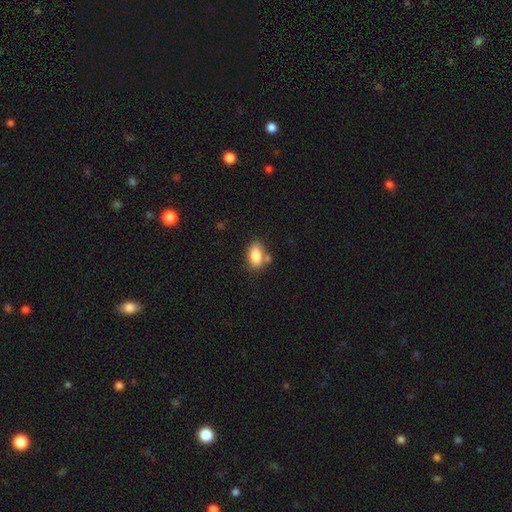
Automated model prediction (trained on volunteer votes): Smooth or featured: smooth — 82% (featured or disk — 10%)
How rounded: in between — 89% (round — 7%)
Merging: none — 62% (merger — 18%)